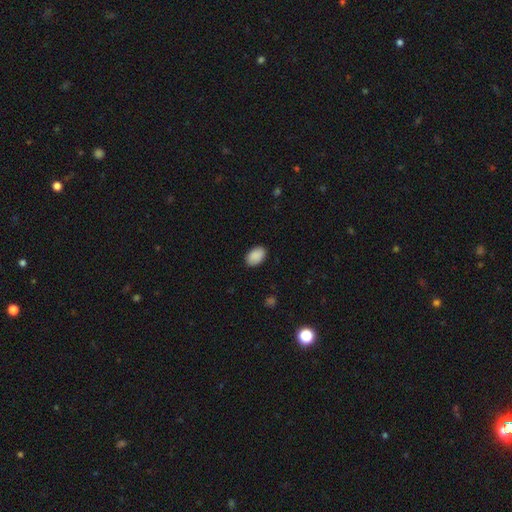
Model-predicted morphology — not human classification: A smooth galaxy with no disk features (90%) that is in between round and cigar-shaped (89%). Merging: none (88%).